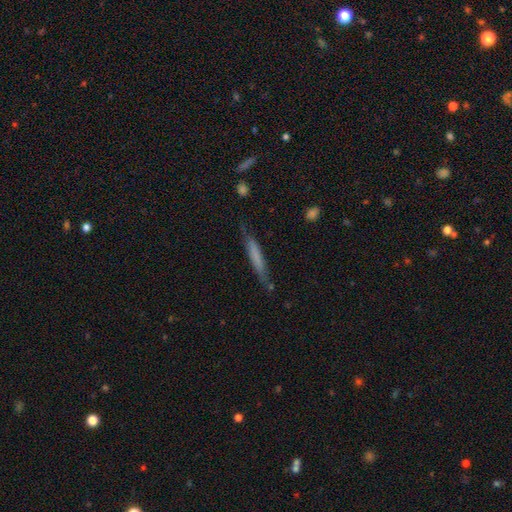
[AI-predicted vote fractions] Smooth or featured: smooth — 60% (featured or disk — 33%)
How rounded: cigar-shaped — 94% (in between — 4%)
Merging: none — 73% (minor disturbance — 19%)